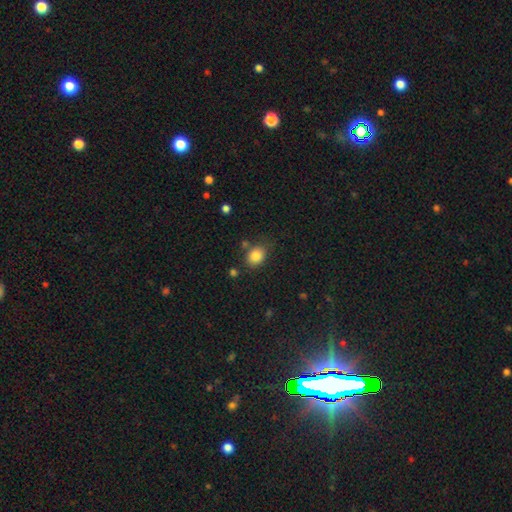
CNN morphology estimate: type=smooth (84%); roundness=in between (55%); merging=none (75%).